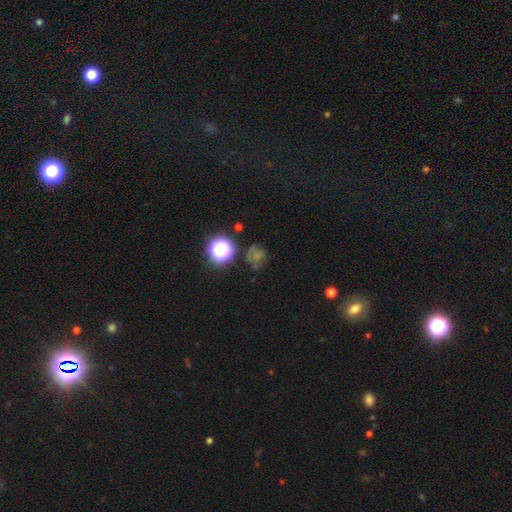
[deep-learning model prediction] Morphology: type=smooth (55%); roundness=round (73%); merging=none (58%).